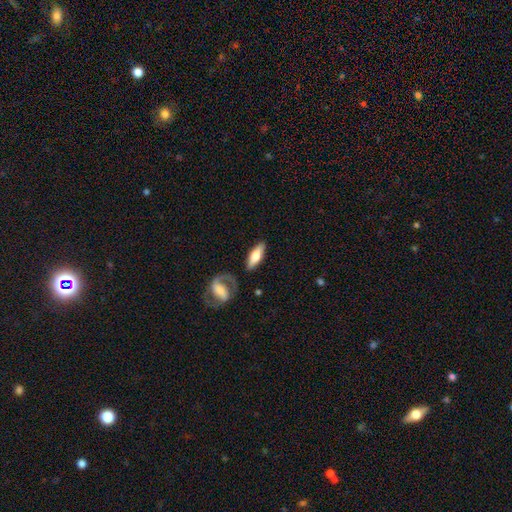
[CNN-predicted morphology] Smooth or featured?
  - smooth: 49% *
  - featured or disk: 45%
  - star or artifact: 6%
Merging?
  - none: 79% *
  - minor disturbance: 13%
  - major disturbance: 4%
  - merger: 4%